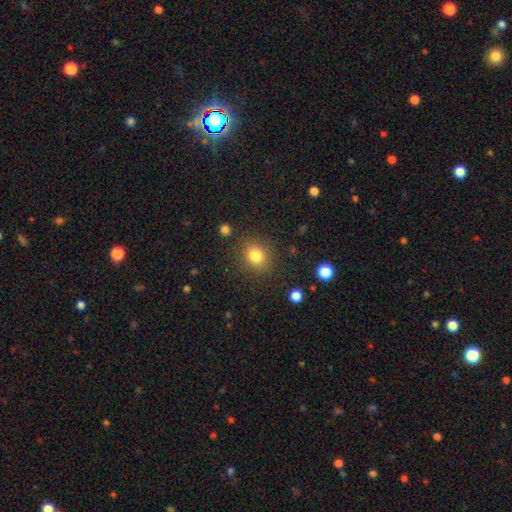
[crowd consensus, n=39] smooth-or-featured: smooth: 79% | featured or disk: 13% | star or artifact: 8%
  how-rounded: round: 68% | in between: 32% | cigar-shaped: 0%
  merging: none: 86% | major disturbance: 11% | minor disturbance: 3% | merger: 0%